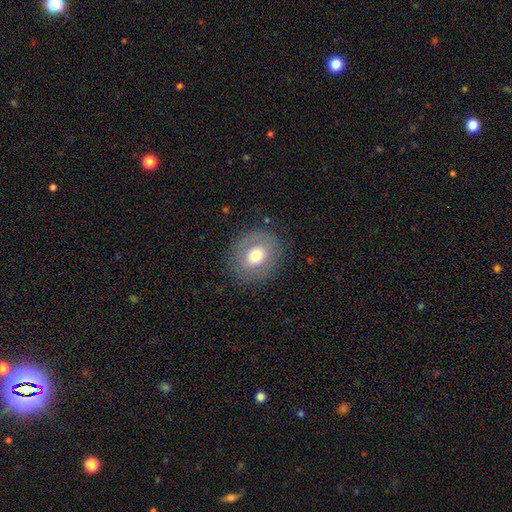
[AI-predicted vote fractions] smooth_or_featured: smooth (p=0.67) [alt: featured or disk p=0.24]
how_rounded: round (p=0.66) [alt: in between p=0.33]
merging: none (p=0.83) [alt: minor disturbance p=0.11]